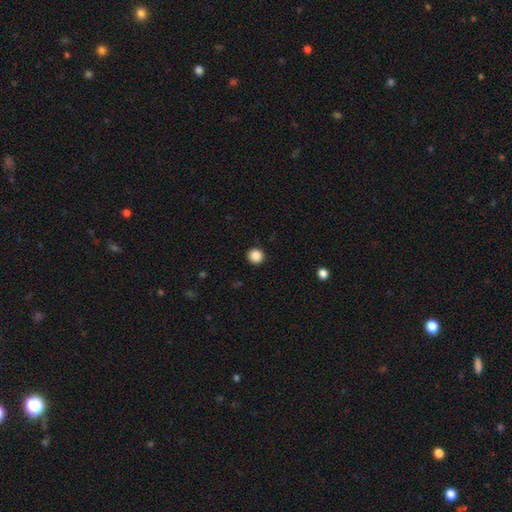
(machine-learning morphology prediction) Smooth or featured? smooth (88%)
How rounded? round (94%)
Merging? none (92%)